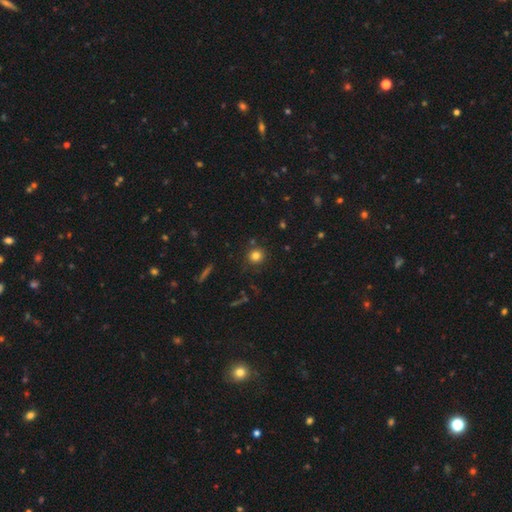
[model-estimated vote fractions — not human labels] The model was most divided on "smooth or featured": smooth: 81%, star or artifact: 13%, featured or disk: 7%. More confident: how rounded — round (90%); merging — none (85%).